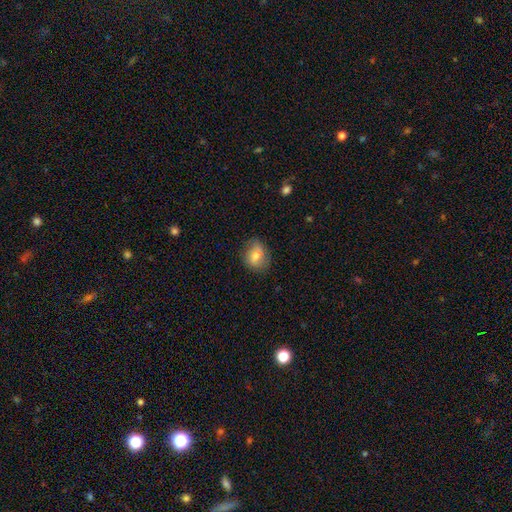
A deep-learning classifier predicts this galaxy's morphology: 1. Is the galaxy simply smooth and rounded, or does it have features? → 64% smooth, 28% featured or disk, 8% star or artifact.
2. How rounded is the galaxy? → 54% in between, 44% round, 2% cigar-shaped.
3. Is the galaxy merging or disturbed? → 71% none, 21% minor disturbance, 6% major disturbance, 2% merger.